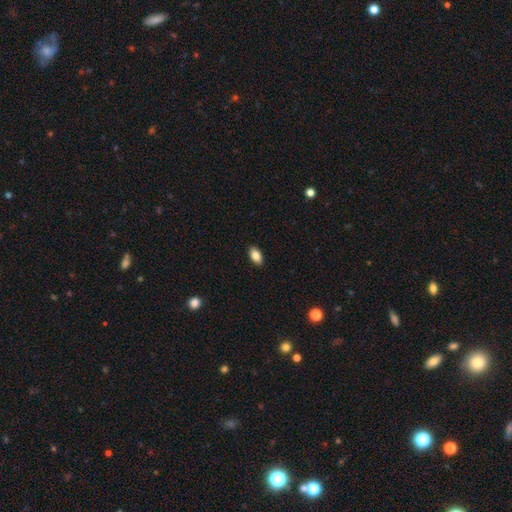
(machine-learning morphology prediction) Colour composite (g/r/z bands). It shows a smooth galaxy with no disk features (85%) that is in between round and cigar-shaped (92%). Merging: none (90%).